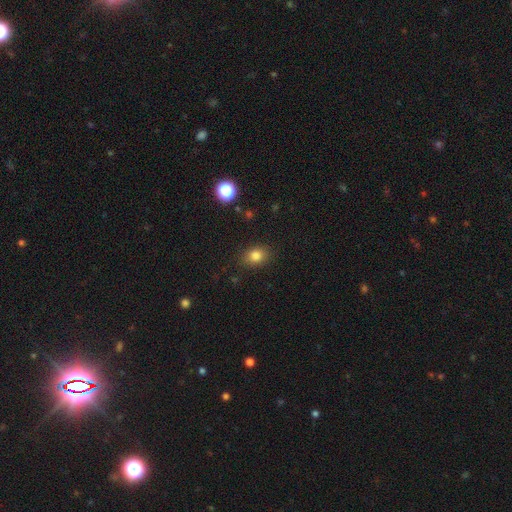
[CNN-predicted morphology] A smooth galaxy with no disk features (82%) that is in between round and cigar-shaped (57%). Merging: none (86%).